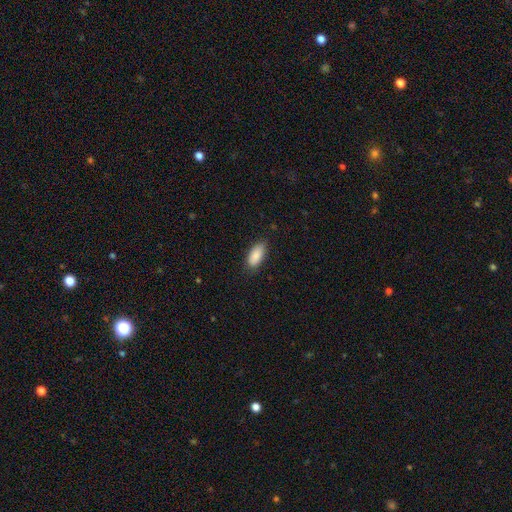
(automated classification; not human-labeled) Smooth or featured?
  - smooth: 88% *
  - star or artifact: 6%
  - featured or disk: 6%
How rounded?
  - in between: 88% *
  - cigar-shaped: 10%
  - round: 2%
Merging?
  - none: 80% *
  - minor disturbance: 16%
  - major disturbance: 3%
  - merger: 1%